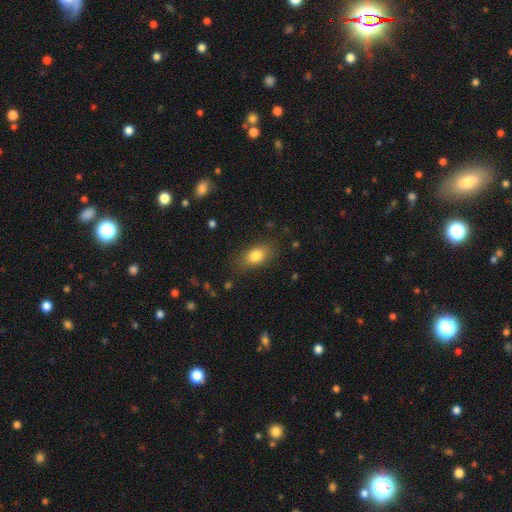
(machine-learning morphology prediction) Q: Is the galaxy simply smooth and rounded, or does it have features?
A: smooth — 81%.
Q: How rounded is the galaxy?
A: in between — 84%.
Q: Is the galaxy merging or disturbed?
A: none — 81%.